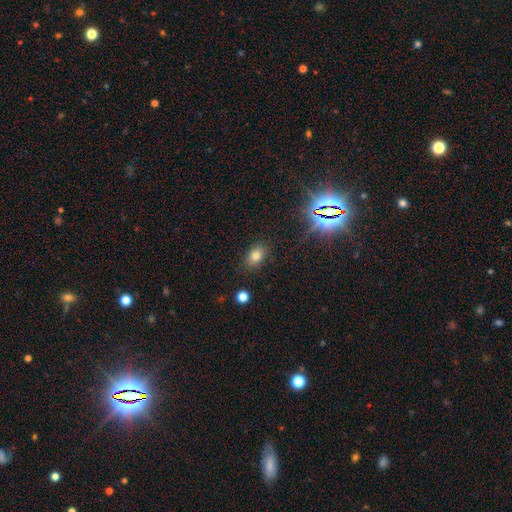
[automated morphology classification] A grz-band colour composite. It shows a smooth galaxy with no disk features (77%) that is in between round and cigar-shaped (77%). Merging: none (84%).